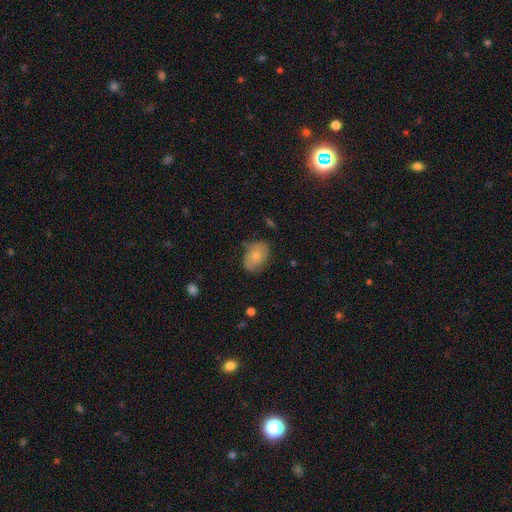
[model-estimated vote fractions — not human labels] Q: Smooth or featured?
A: smooth (68%); runner-up: featured or disk (25%)
Q: How rounded?
A: in between (75%); runner-up: round (24%)
Q: Merging?
A: none (61%); runner-up: minor disturbance (29%)